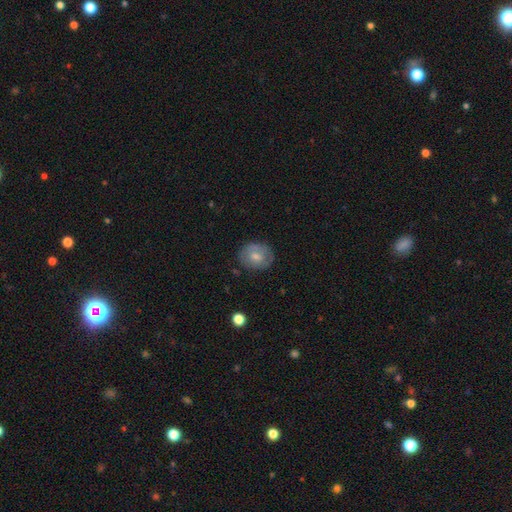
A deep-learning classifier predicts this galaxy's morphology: Overall: smooth (64%; featured or disk 28%). How rounded: round (61%; in between 38%). Merging: none (75%).